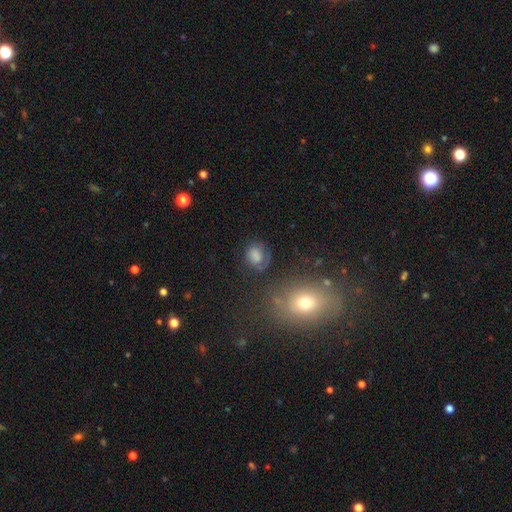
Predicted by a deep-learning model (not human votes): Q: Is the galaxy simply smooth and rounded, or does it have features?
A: smooth — 64%.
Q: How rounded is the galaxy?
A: round — 66%.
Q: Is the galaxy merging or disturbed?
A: none — 58%.